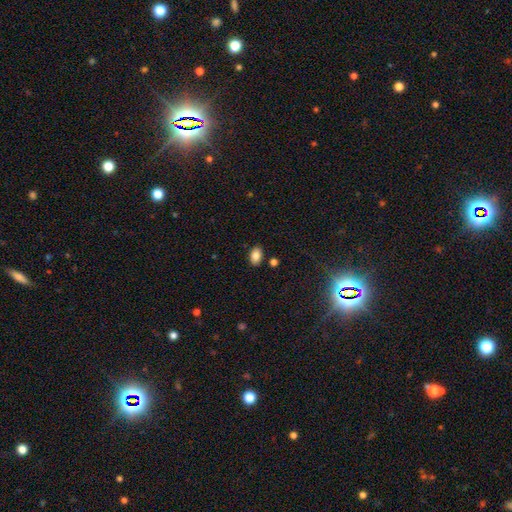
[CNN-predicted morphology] type=smooth (84%); roundness=in between (88%); merging=none (85%).